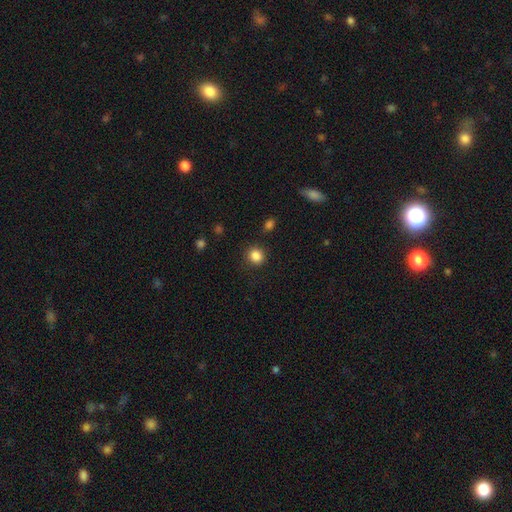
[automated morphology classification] The model was most divided on "how rounded": round: 81%, in between: 18%, cigar-shaped: 1%. More confident: smooth or featured — smooth (86%); merging — none (86%).